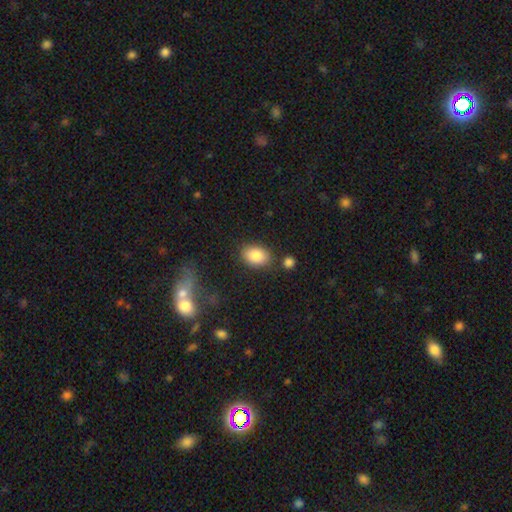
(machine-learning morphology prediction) This appears to be a smooth galaxy with no disk features (85%) that is in between round and cigar-shaped (79%). Merging: none (79%).